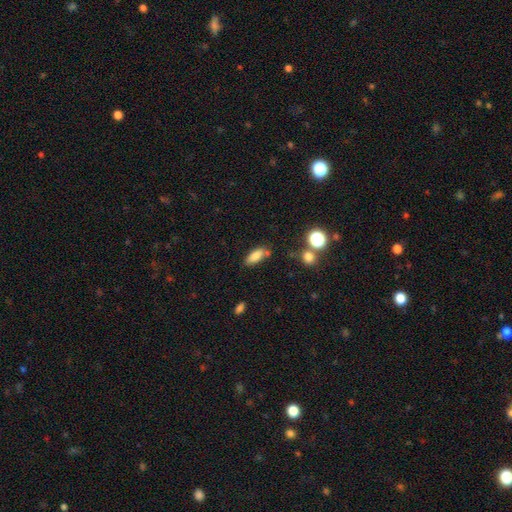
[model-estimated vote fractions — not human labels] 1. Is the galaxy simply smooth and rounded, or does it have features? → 82% smooth, 10% star or artifact, 8% featured or disk.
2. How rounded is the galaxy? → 78% in between, 18% cigar-shaped, 4% round.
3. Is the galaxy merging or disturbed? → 68% none, 18% minor disturbance, 9% merger, 5% major disturbance.